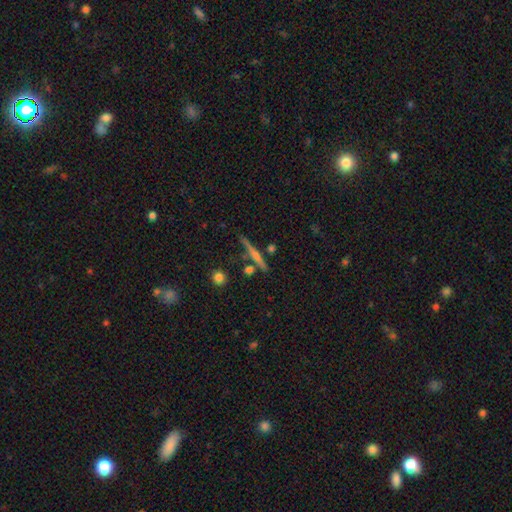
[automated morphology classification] Overall: featured or disk (57%; smooth 35%). Edge-on disk: yes (96%). Edge-on bulge: rounded (58%; none 31%). Merging: none (78%).